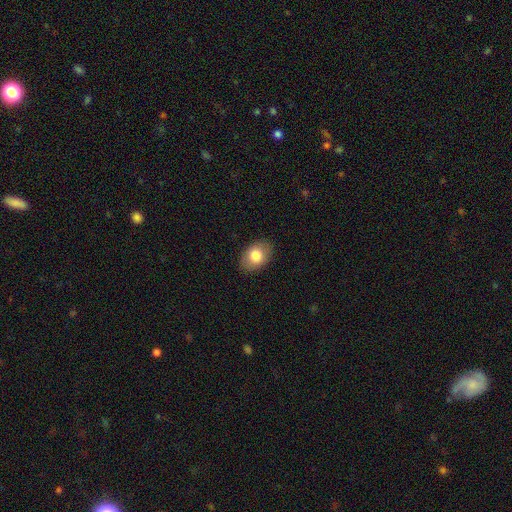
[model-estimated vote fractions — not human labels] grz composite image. It shows a smooth galaxy with no disk features (80%) that is in between round and cigar-shaped (78%). Merging: none (86%).